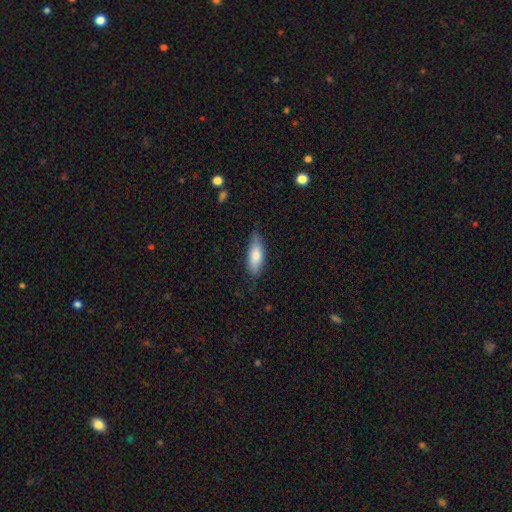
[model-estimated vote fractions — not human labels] Q: Smooth or featured?
A: smooth (79%); runner-up: featured or disk (16%)
Q: How rounded?
A: in between (71%); runner-up: cigar-shaped (27%)
Q: Merging?
A: none (72%); runner-up: minor disturbance (23%)